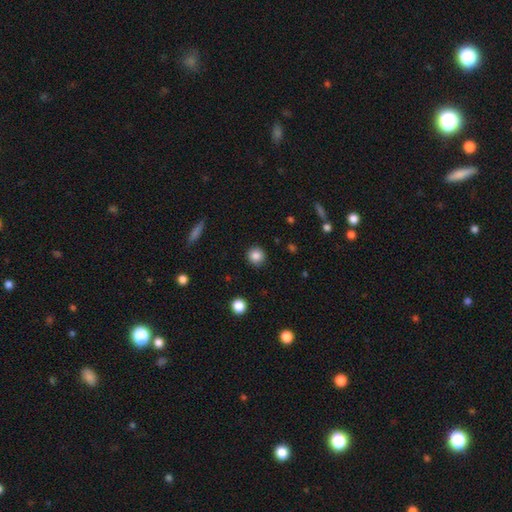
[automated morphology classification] smooth 85%, star or artifact 10%, featured or disk 5%. Down the decision tree: how rounded — round (92%); merging — none (90%).